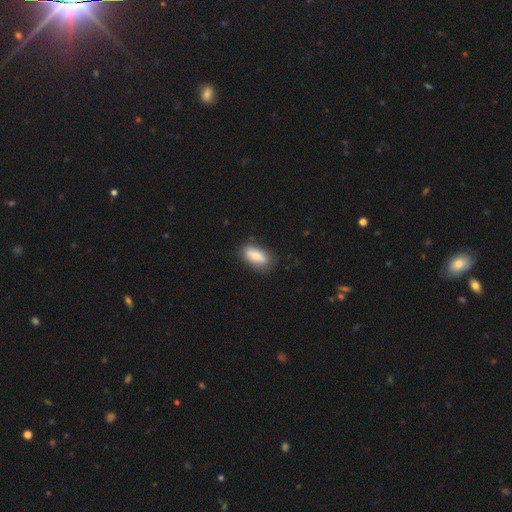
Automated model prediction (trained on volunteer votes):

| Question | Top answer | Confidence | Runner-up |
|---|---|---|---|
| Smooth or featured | smooth | 81% | featured or disk (12%) |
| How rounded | in between | 80% | cigar-shaped (18%) |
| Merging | none | 75% | minor disturbance (19%) |